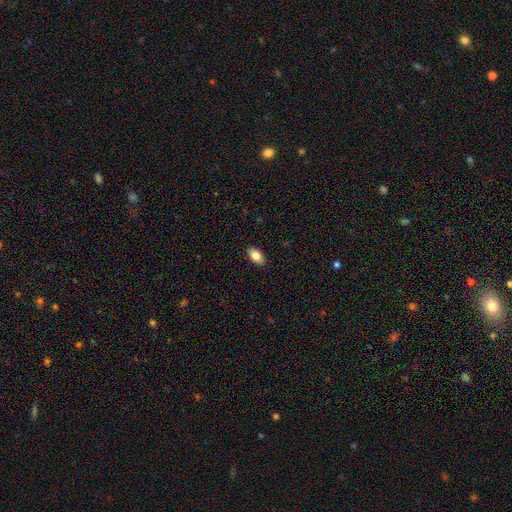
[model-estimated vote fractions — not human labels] Morphology: type=smooth (84%); roundness=in between (92%); merging=none (89%).